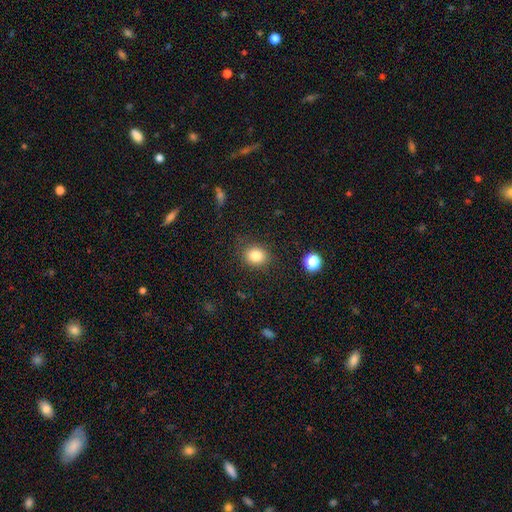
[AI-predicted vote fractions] Smooth or featured? smooth (83%)
How rounded? round (70%)
Merging? none (83%)